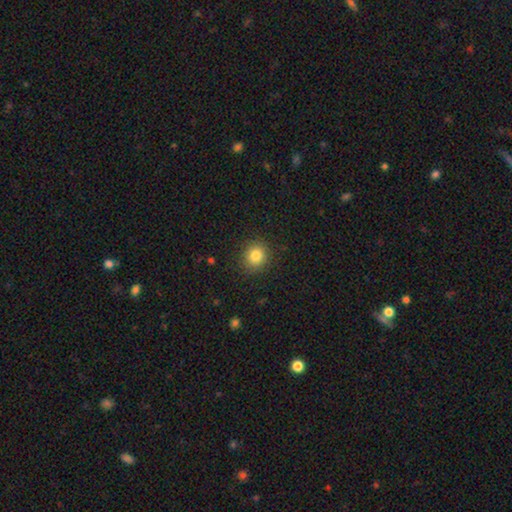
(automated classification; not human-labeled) Smooth or featured: smooth — 83% (star or artifact — 11%)
How rounded: round — 82% (in between — 17%)
Merging: none — 88% (minor disturbance — 8%)